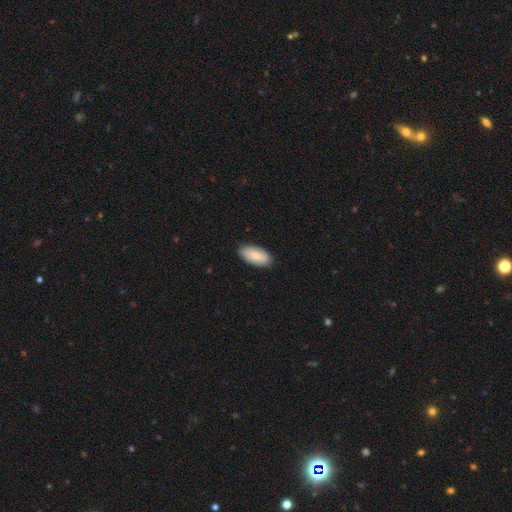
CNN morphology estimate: Smooth or featured? Predicted: smooth (p=0.80). How rounded? Predicted: in between (p=0.92). Merging? Predicted: none (p=0.86).